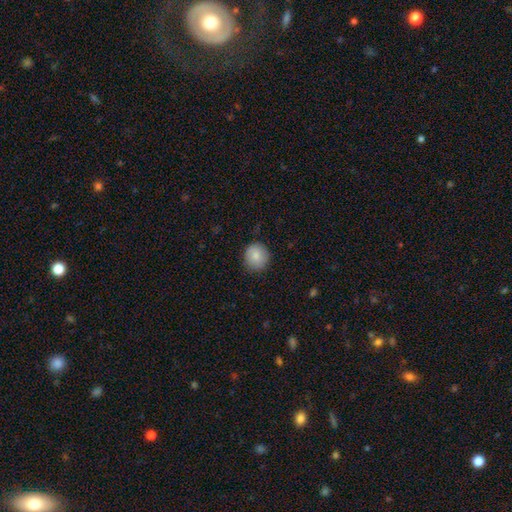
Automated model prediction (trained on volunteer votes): Smooth or featured: smooth — 84% (featured or disk — 8%)
How rounded: round — 88% (in between — 11%)
Merging: none — 86% (minor disturbance — 11%)